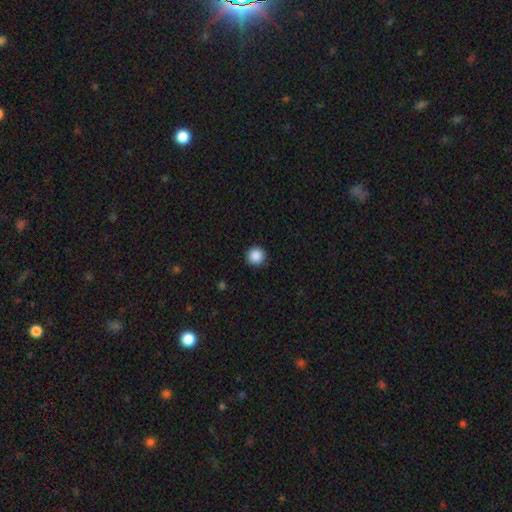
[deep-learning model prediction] This is clearly a smooth galaxy (88%). How rounded: clearly round (95%). Merging: clearly none (93%).